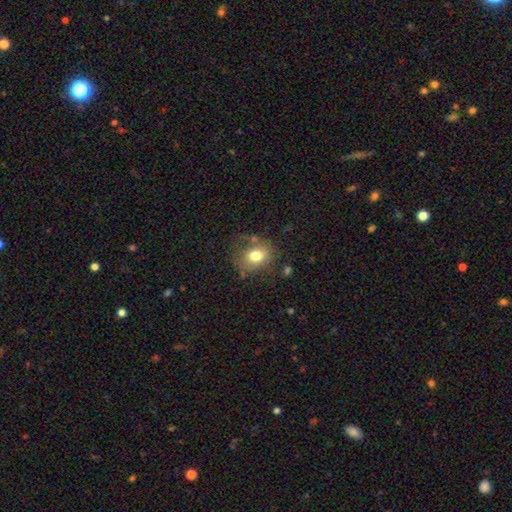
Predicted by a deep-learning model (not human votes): This appears to be a smooth galaxy with no disk features (74%) that is in between round and cigar-shaped (56%). Merging: none (63%).